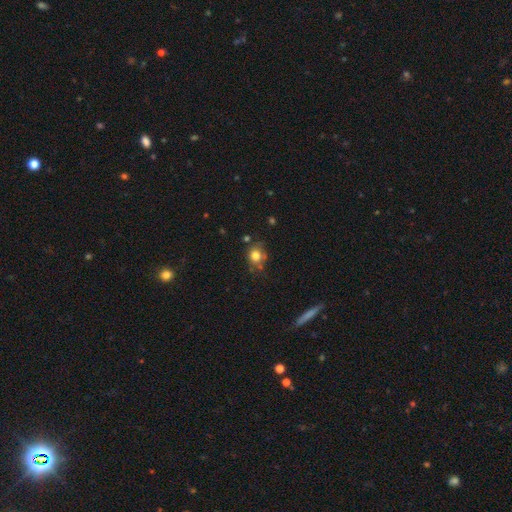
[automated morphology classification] Q: Smooth or featured?
A: smooth (78%); runner-up: star or artifact (12%)
Q: How rounded?
A: round (76%); runner-up: in between (23%)
Q: Merging?
A: none (64%); runner-up: minor disturbance (20%)